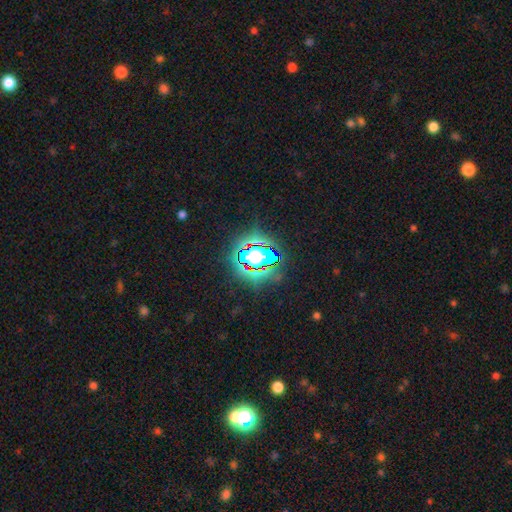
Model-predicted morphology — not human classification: Smooth or featured?
  - star or artifact: 80% *
  - smooth: 12%
  - featured or disk: 8%